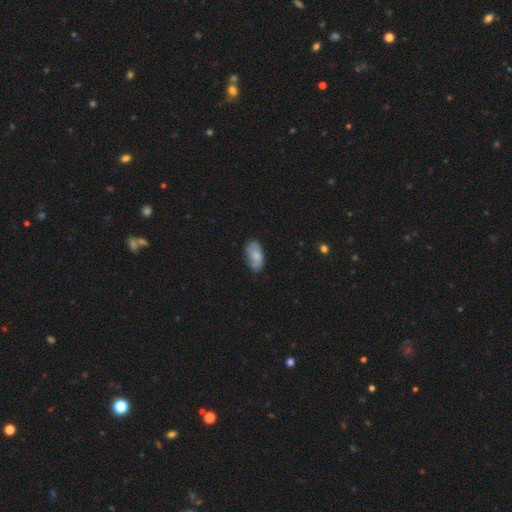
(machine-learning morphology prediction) A smooth galaxy with no disk features (75%) that is in between round and cigar-shaped (92%).

Vote fractions:
- Smooth or featured? smooth: 75% / featured or disk: 18% / star or artifact: 7%
- How rounded? in between: 92% / cigar-shaped: 5% / round: 3%
- Merging? none: 66% / minor disturbance: 26% / major disturbance: 6% / merger: 2%